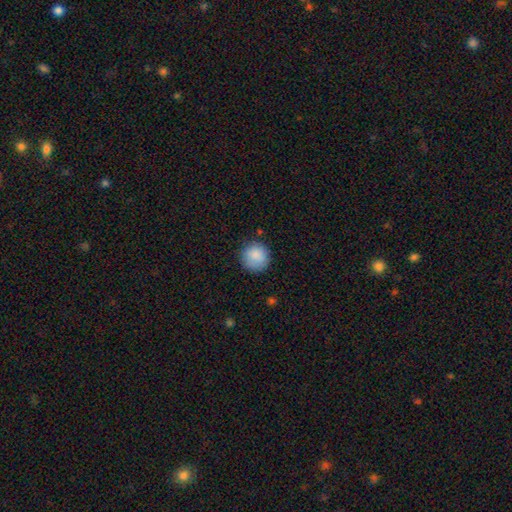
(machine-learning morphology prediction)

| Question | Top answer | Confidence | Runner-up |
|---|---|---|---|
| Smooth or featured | smooth | 87% | star or artifact (8%) |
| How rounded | round | 93% | in between (6%) |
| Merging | none | 83% | minor disturbance (13%) |